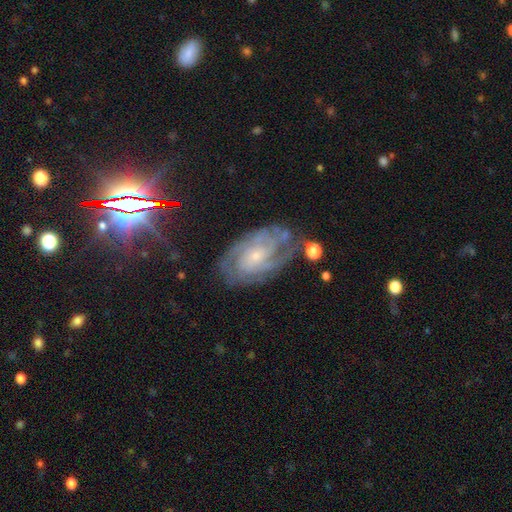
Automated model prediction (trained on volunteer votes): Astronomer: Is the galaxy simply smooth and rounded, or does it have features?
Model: featured or disk — 82%.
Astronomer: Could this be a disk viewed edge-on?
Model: no — 95%.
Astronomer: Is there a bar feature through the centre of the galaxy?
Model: no — 68%.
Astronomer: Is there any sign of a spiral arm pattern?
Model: yes — 95%.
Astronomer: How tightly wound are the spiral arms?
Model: tight — 64%.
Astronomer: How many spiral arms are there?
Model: can't tell — 34% (runner-up: 2, 28%).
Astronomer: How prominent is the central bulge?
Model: small — 72%.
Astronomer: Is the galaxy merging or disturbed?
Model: none — 68%.